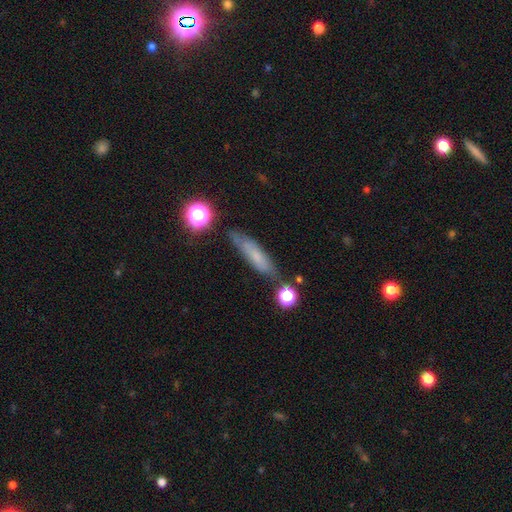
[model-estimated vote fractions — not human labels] smooth_or_featured: smooth (p=0.59) [alt: featured or disk p=0.28]
how_rounded: cigar-shaped (p=0.73) [alt: in between p=0.23]
merging: none (p=0.68) [alt: minor disturbance p=0.20]